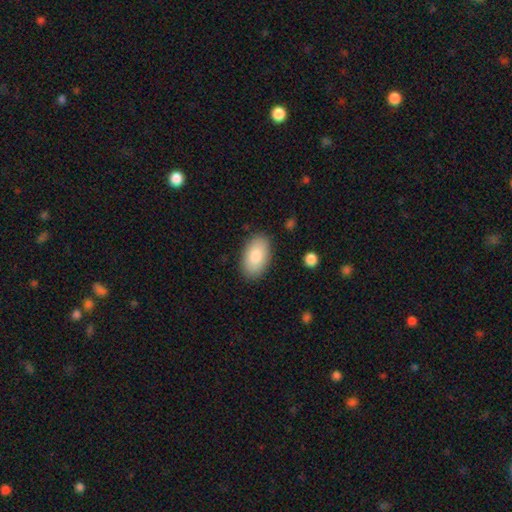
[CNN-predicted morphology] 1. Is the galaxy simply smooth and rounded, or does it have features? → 83% smooth, 11% featured or disk, 6% star or artifact.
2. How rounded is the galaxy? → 94% in between, 5% round, 1% cigar-shaped.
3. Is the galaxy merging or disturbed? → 87% none, 10% minor disturbance, 2% major disturbance, 1% merger.